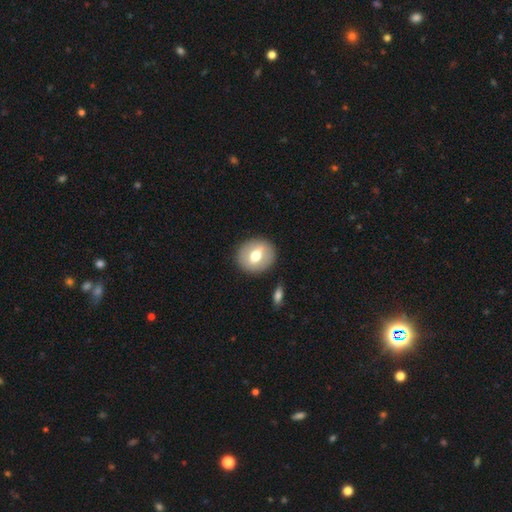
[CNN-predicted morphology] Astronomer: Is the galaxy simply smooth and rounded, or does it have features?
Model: smooth — 59%.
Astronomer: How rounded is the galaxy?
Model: round — 74%.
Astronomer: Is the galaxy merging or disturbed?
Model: none — 88%.